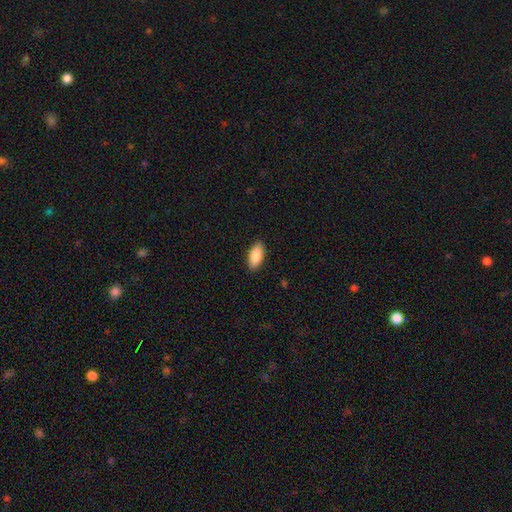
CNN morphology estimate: type=smooth (87%); roundness=in between (87%); merging=none (89%).